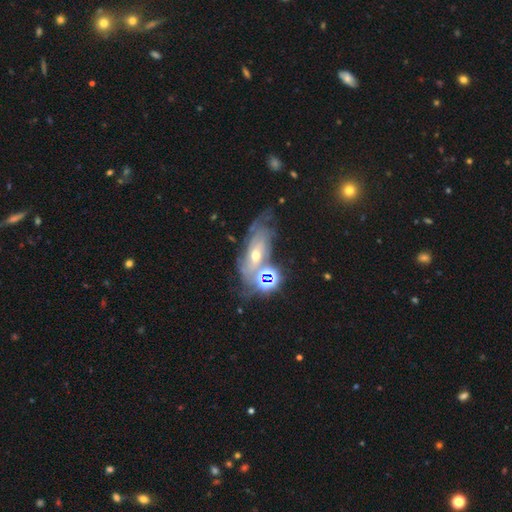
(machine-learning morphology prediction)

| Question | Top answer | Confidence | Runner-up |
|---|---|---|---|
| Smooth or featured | featured or disk | 59% | star or artifact (24%) |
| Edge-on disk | no | 86% | yes (14%) |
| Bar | no | 65% | weak (24%) |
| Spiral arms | yes | 74% | no (26%) |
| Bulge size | moderate | 55% | small (38%) |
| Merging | none | 47% | minor disturbance (22%) |